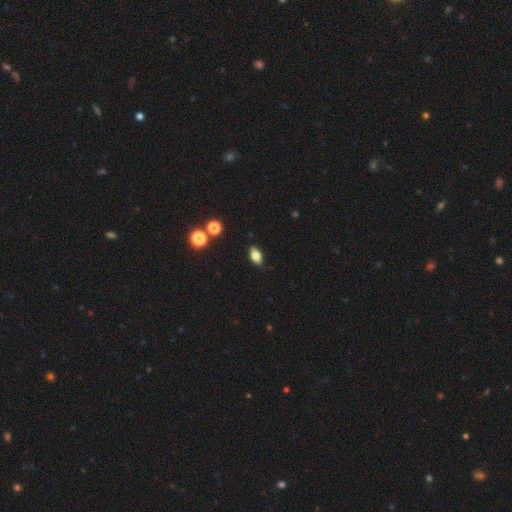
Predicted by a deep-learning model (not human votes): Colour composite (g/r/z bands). It shows a smooth galaxy with no disk features (78%) that is in between round and cigar-shaped (87%). Merging: none (86%).